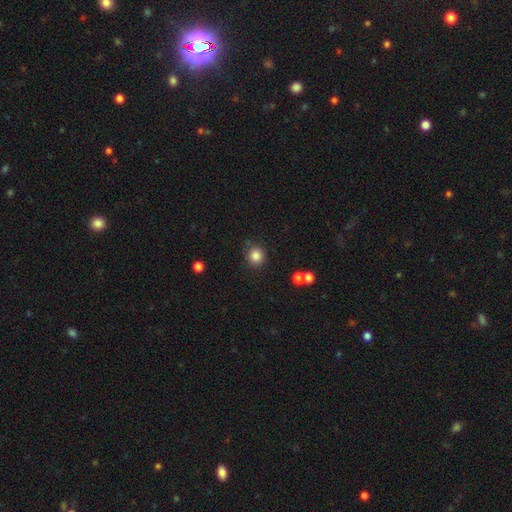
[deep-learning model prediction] Smooth or featured? smooth (85%)
How rounded? round (91%)
Merging? none (82%)